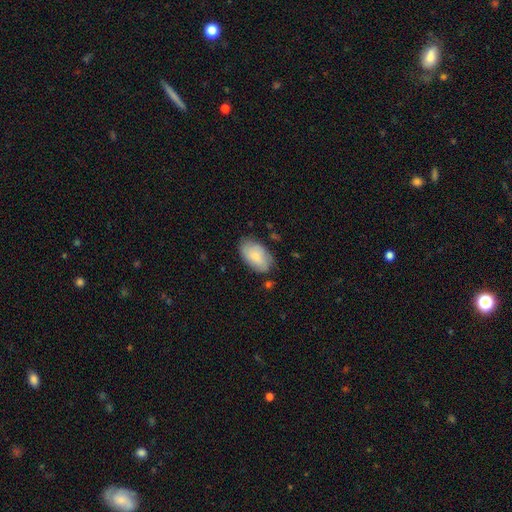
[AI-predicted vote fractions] Overall: smooth (76%). How rounded: in between (94%). Merging: none (76%).